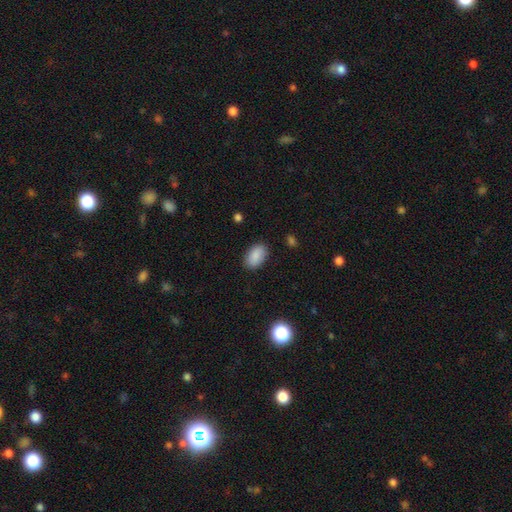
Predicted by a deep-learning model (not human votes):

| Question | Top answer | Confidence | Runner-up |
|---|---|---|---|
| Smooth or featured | smooth | 88% | star or artifact (7%) |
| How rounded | in between | 92% | round (7%) |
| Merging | none | 87% | minor disturbance (9%) |